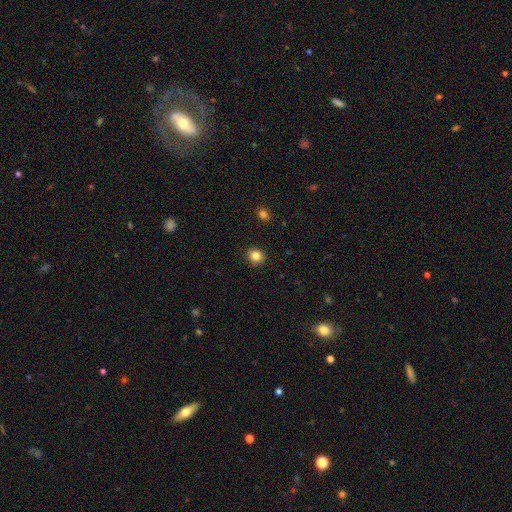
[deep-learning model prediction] Smooth or featured? Predicted: smooth (p=0.84). How rounded? Predicted: round (p=0.84). Merging? Predicted: none (p=0.91).